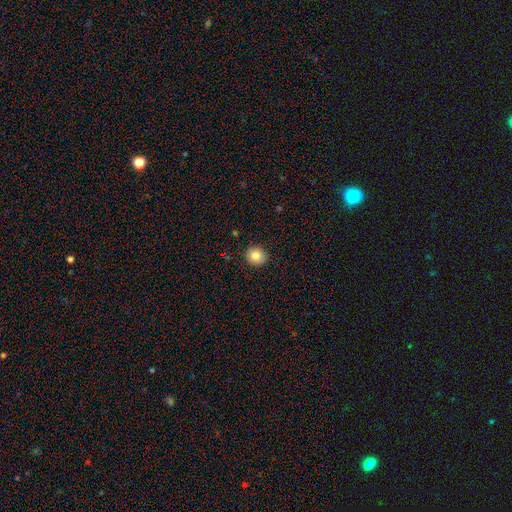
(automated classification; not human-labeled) Smooth or featured?
  - smooth: 84% *
  - star or artifact: 9%
  - featured or disk: 7%
How rounded?
  - round: 83% *
  - in between: 16%
  - cigar-shaped: 1%
Merging?
  - none: 91% *
  - minor disturbance: 6%
  - major disturbance: 2%
  - merger: 1%